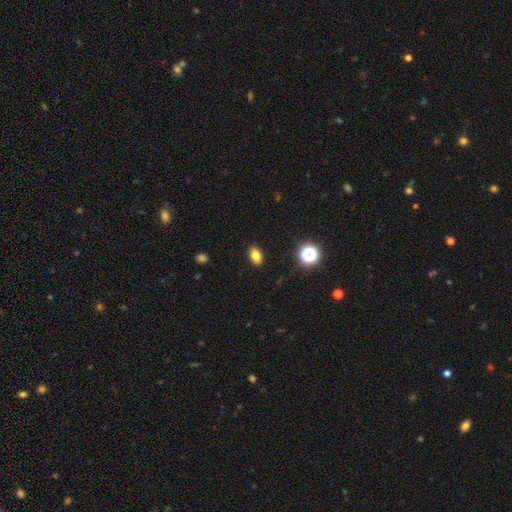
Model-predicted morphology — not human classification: A smooth galaxy with no disk features (81%) that is in between round and cigar-shaped (85%).

Vote fractions:
- Smooth or featured? smooth: 81% / star or artifact: 12% / featured or disk: 7%
- How rounded? in between: 85% / round: 12% / cigar-shaped: 2%
- Merging? none: 89% / minor disturbance: 8% / major disturbance: 2% / merger: 1%